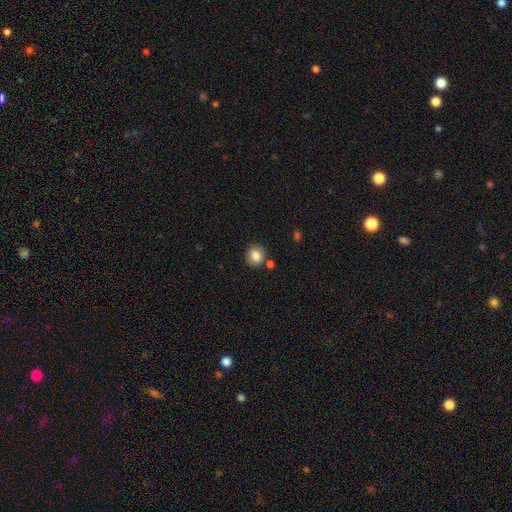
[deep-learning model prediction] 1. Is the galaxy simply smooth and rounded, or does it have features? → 82% smooth, 9% star or artifact, 9% featured or disk.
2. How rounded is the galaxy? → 77% round, 23% in between, 1% cigar-shaped.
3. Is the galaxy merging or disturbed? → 78% none, 11% minor disturbance, 8% merger, 3% major disturbance.